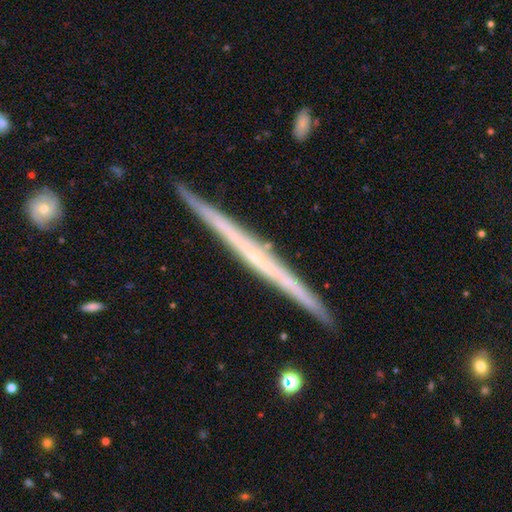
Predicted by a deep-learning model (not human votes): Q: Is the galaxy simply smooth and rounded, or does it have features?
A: featured or disk — 73%.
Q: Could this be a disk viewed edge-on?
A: yes — 98%.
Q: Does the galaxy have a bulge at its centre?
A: none — 79%.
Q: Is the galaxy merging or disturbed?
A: none — 91%.